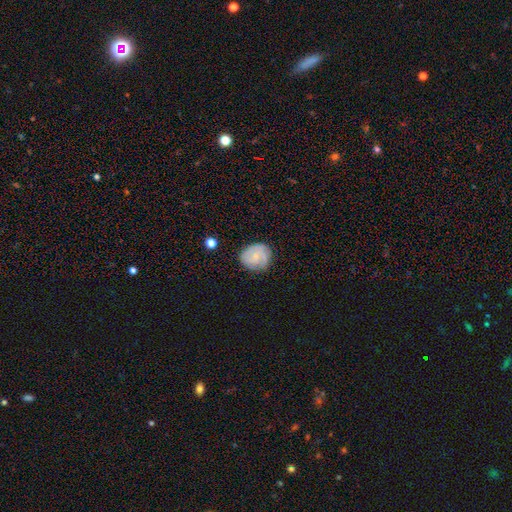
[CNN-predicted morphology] featured or disk 54%, smooth 38%, star or artifact 8%. Down the decision tree: edge-on disk — no (98%); bar — no (72%); spiral arms — yes (86%); bulge size — small (72%); merging — none (75%).